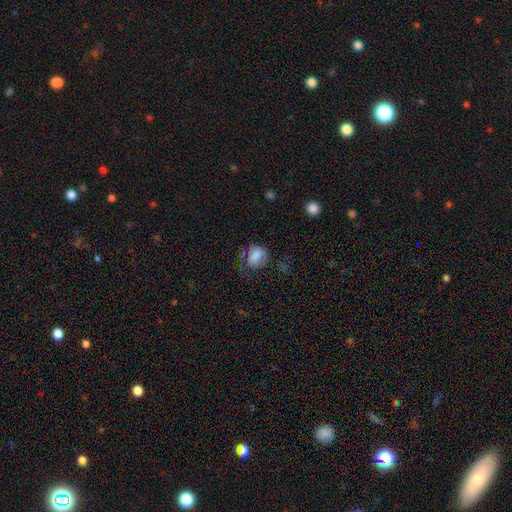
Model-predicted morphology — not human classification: Smooth or featured? smooth (69%)
How rounded? in between (60%)
Merging? none (40%)